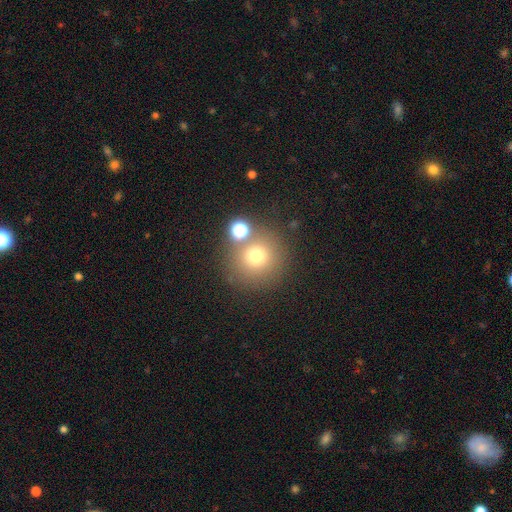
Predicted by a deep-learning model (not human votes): Smooth or featured: smooth — 71% (star or artifact — 17%)
How rounded: round — 93% (in between — 6%)
Merging: none — 74% (merger — 14%)